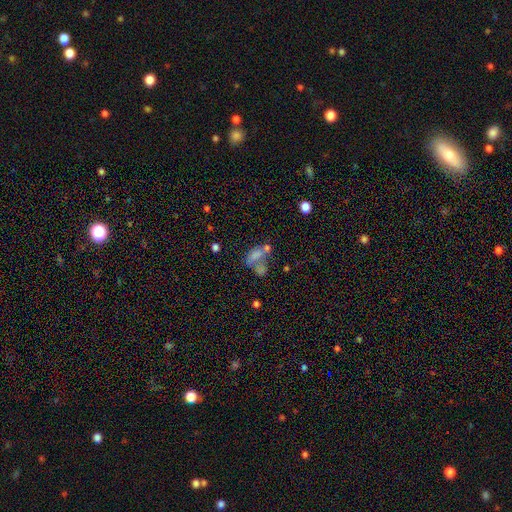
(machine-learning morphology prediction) A smooth galaxy with no disk features (60%) that is in between round and cigar-shaped (82%).

Vote fractions:
- Smooth or featured? smooth: 60% / featured or disk: 25% / star or artifact: 15%
- How rounded? in between: 82% / round: 10% / cigar-shaped: 7%
- Merging? merger: 49% / none: 22% / major disturbance: 17% / minor disturbance: 12%